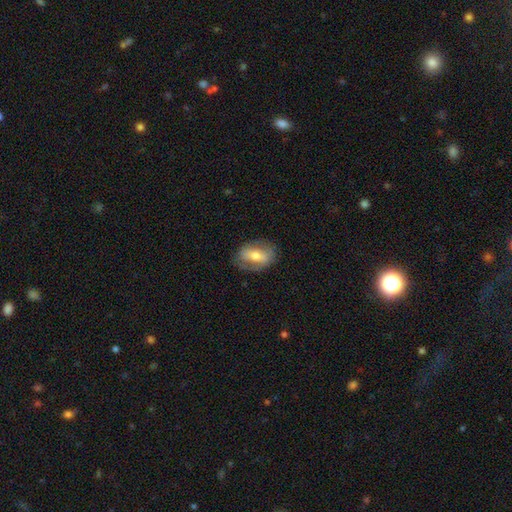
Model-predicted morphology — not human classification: A smooth galaxy with no disk features (48%). Merging: none (74%).